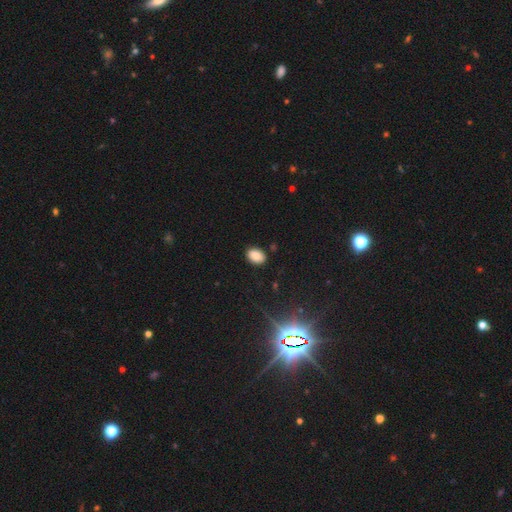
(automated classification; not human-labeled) Overall: smooth (83%). How rounded: in between (81%). Merging: none (87%).